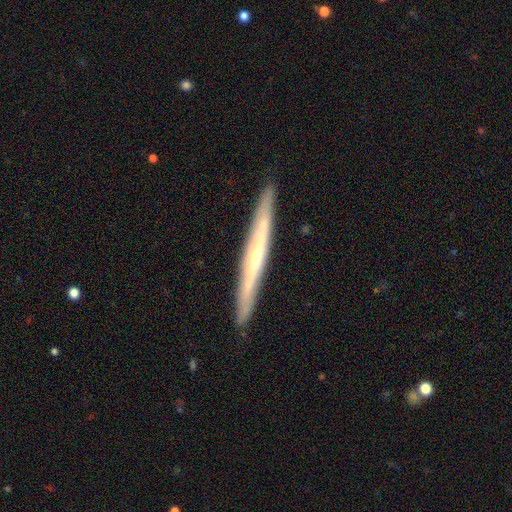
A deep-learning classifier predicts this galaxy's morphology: Smooth or featured? featured or disk (65%)
Edge-on disk? yes (94%)
Edge-on bulge? none (52%)
Merging? none (91%)